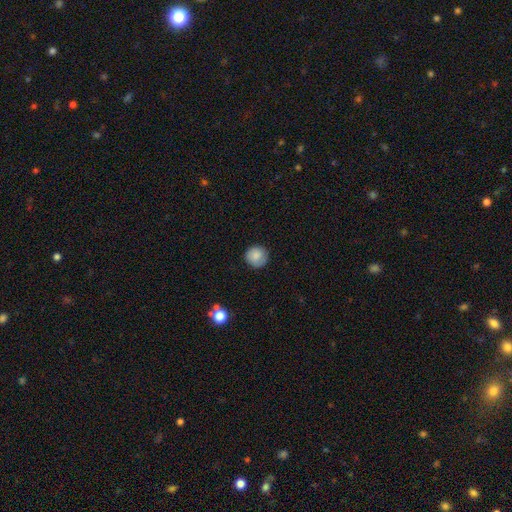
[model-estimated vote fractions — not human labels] Morphology: type=smooth (83%); roundness=round (93%); merging=none (87%).